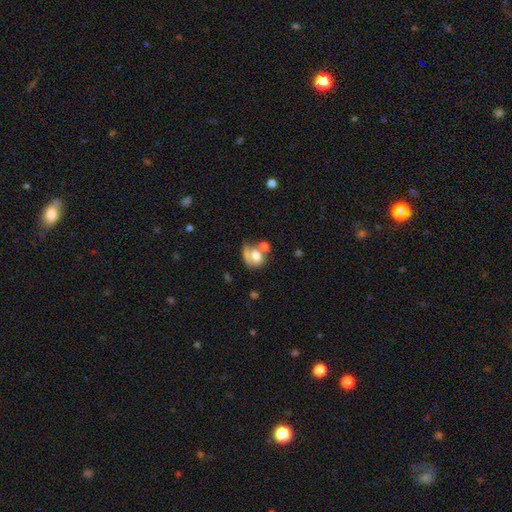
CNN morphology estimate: Smooth or featured? Predicted: smooth (p=0.61). How rounded? Predicted: round (p=0.50). Merging? Predicted: merger (p=0.42).